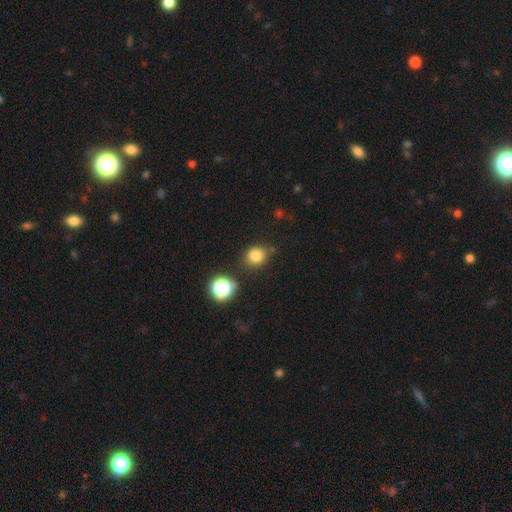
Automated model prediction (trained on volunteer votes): Smooth or featured: smooth — 81% (star or artifact — 14%)
How rounded: round — 69% (in between — 30%)
Merging: none — 71% (minor disturbance — 18%)